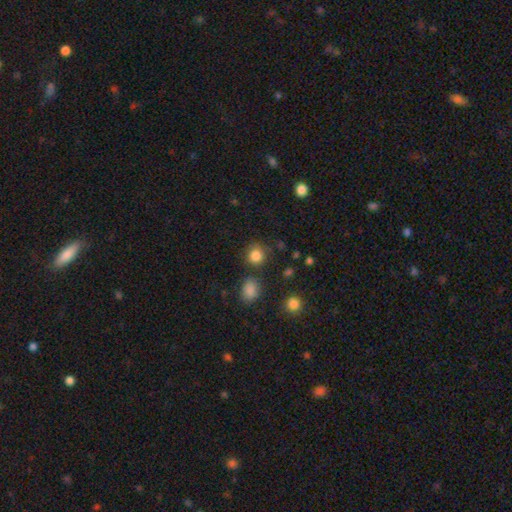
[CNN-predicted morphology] Smooth or featured? smooth (84%)
How rounded? round (83%)
Merging? none (77%)